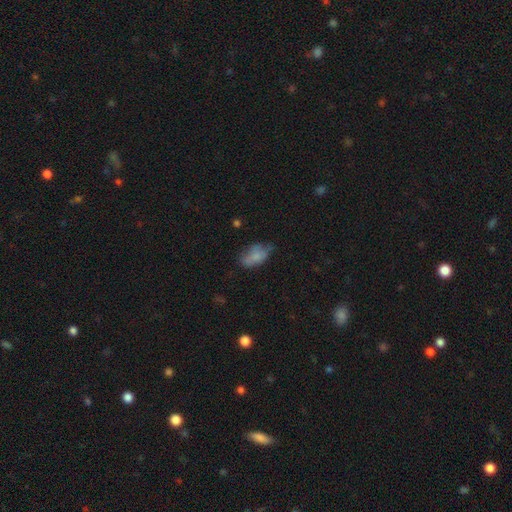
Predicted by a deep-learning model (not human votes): Overall: smooth (75%). How rounded: in between (91%). Merging: none (48%; minor disturbance 35%).